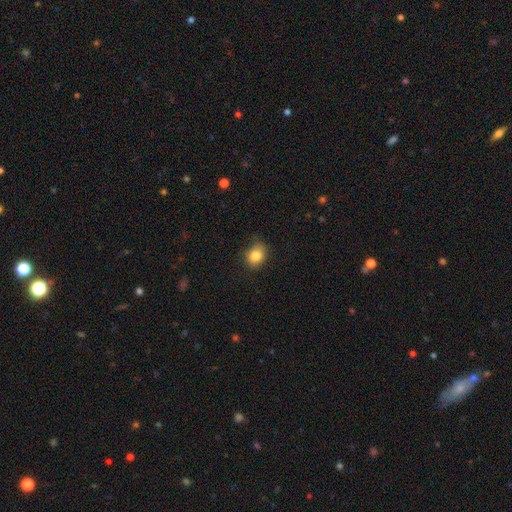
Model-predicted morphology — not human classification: Overall: smooth (83%). How rounded: round (56%; in between 43%). Merging: none (73%).